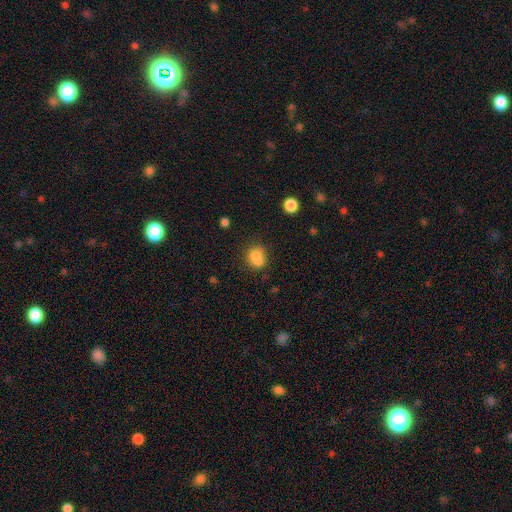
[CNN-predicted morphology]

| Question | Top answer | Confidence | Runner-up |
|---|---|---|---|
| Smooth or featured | smooth | 78% | star or artifact (11%) |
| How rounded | round | 50% | in between (48%) |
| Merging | none | 51% | merger (24%) |